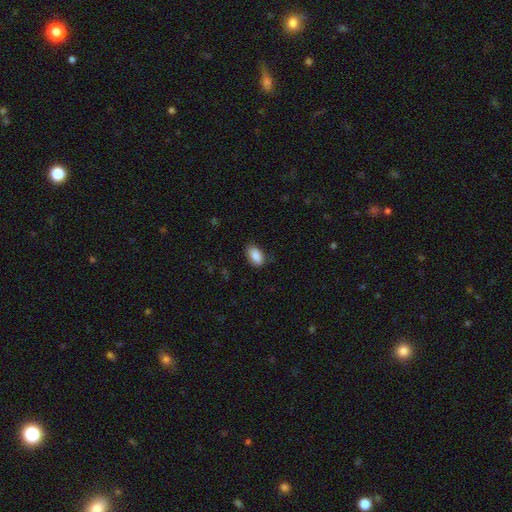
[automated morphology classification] Smooth or featured? Predicted: smooth (p=0.88). How rounded? Predicted: in between (p=0.92). Merging? Predicted: none (p=0.75).